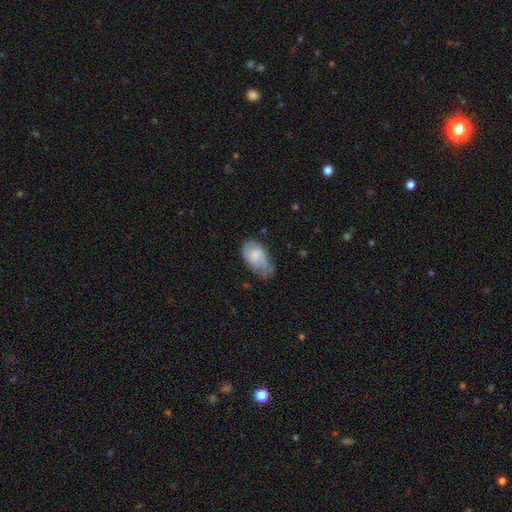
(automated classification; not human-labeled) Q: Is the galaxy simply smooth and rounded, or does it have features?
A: featured or disk — 51%.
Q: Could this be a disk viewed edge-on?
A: no — 96%.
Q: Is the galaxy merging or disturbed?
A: none — 44%.